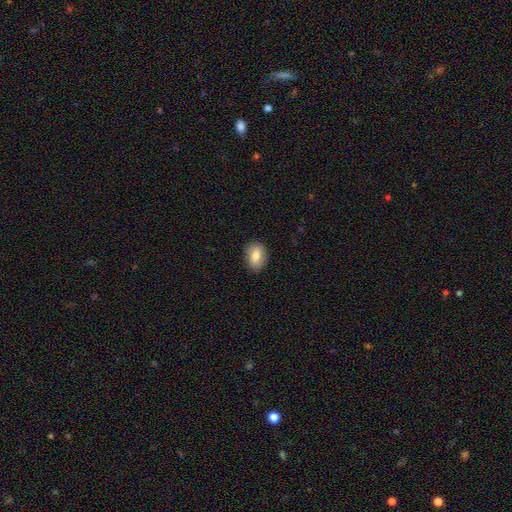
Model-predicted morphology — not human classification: Overall: smooth (79%). How rounded: in between (72%). Merging: none (86%).